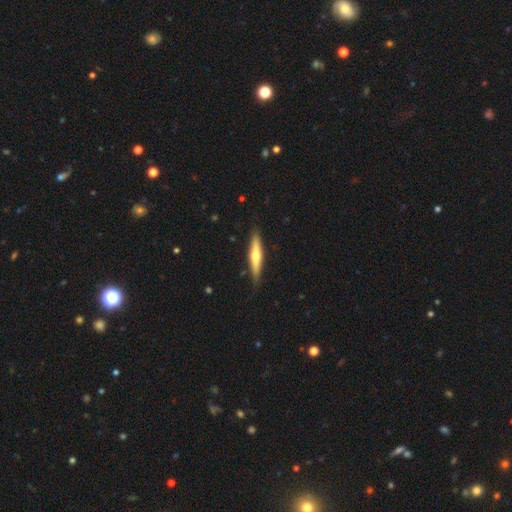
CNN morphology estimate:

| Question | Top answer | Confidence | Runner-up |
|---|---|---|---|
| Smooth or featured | featured or disk | 52% | smooth (43%) |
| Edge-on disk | yes | 93% | no (7%) |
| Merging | none | 86% | minor disturbance (11%) |